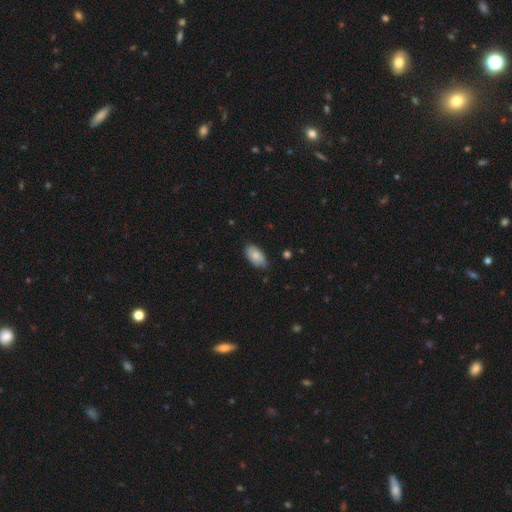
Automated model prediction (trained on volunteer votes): Q: Smooth or featured?
A: smooth (81%); runner-up: featured or disk (12%)
Q: How rounded?
A: in between (94%); runner-up: round (4%)
Q: Merging?
A: none (73%); runner-up: minor disturbance (23%)